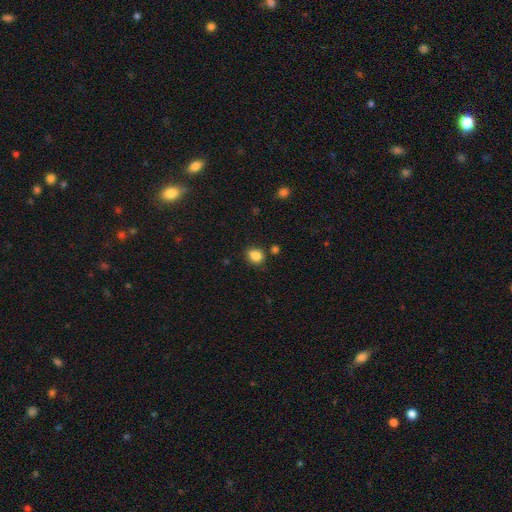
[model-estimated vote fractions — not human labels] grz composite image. It shows a smooth galaxy with no disk features (85%) that is round (58%). Merging: none (73%).